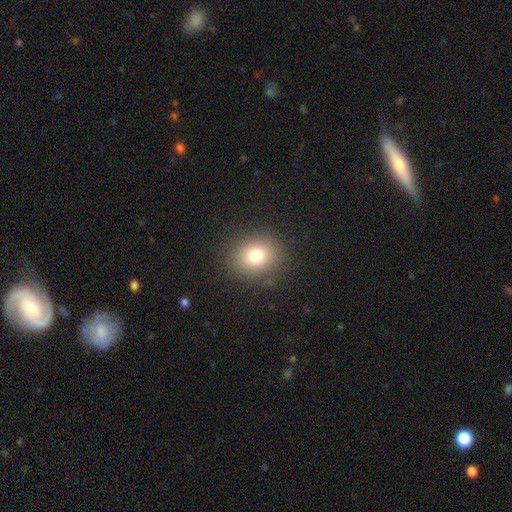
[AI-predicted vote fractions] Q: Smooth or featured?
A: smooth (76%); runner-up: star or artifact (14%)
Q: How rounded?
A: round (70%); runner-up: in between (30%)
Q: Merging?
A: none (87%); runner-up: minor disturbance (8%)